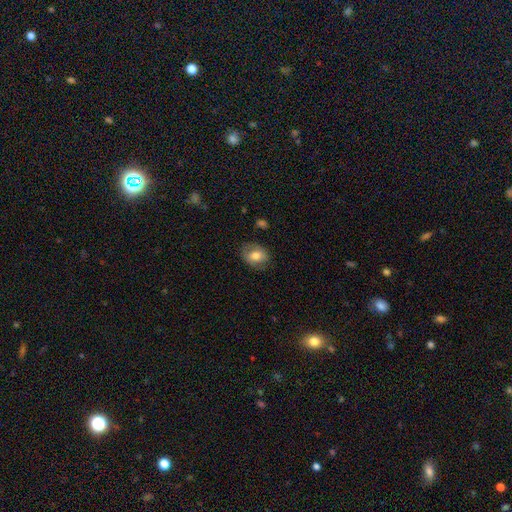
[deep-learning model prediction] This is likely a smooth galaxy (69%). How rounded: likely in between (63%). Merging: likely none (77%).